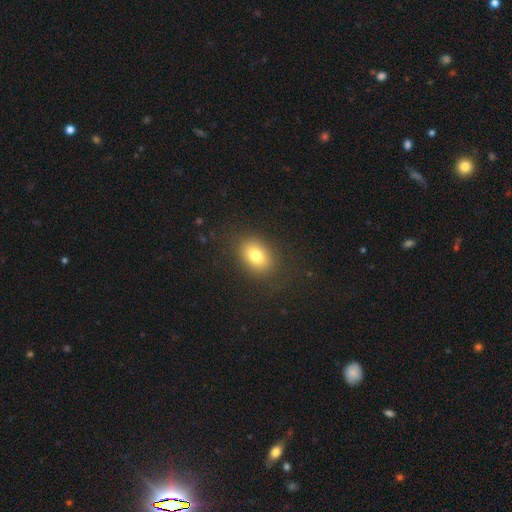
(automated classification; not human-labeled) smooth 79%, star or artifact 11%, featured or disk 11%. Down the decision tree: how rounded — in between (68%); merging — none (85%).